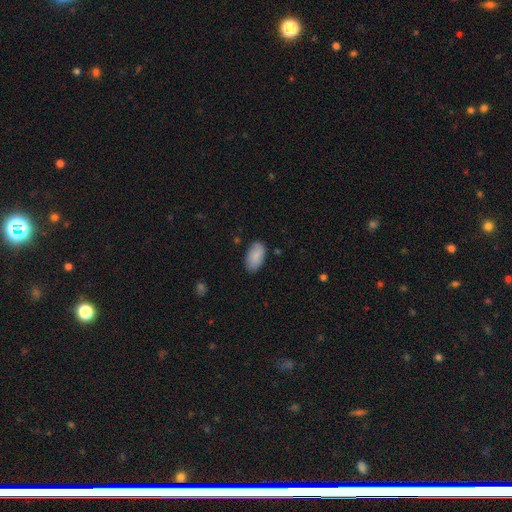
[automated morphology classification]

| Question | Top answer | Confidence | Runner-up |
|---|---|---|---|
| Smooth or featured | smooth | 87% | featured or disk (6%) |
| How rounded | in between | 95% | round (3%) |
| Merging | none | 83% | minor disturbance (13%) |